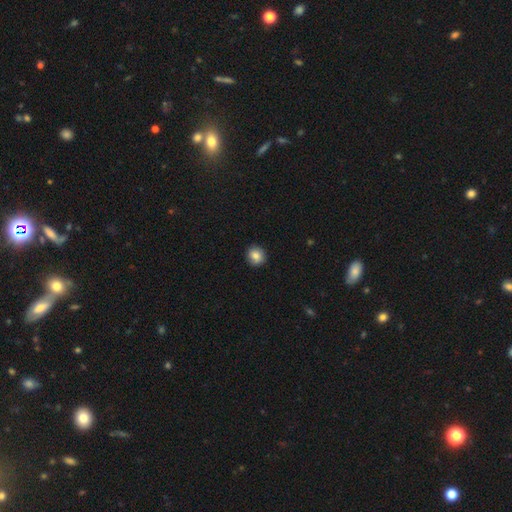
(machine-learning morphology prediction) smooth-or-featured: smooth: 84% | star or artifact: 9% | featured or disk: 7%
  how-rounded: round: 90% | in between: 9% | cigar-shaped: 1%
  merging: none: 91% | minor disturbance: 6% | major disturbance: 2% | merger: 1%